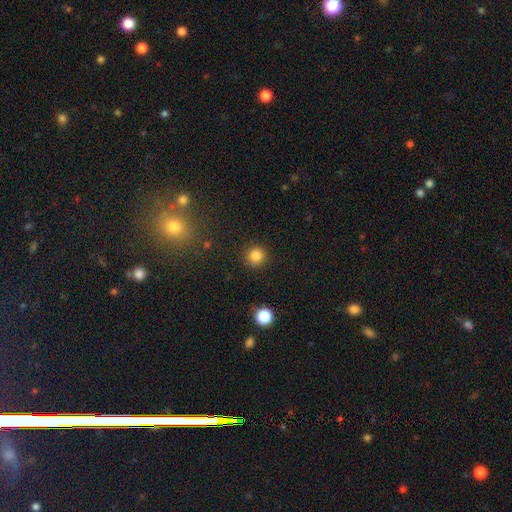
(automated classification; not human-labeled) Overall: smooth (84%). How rounded: round (92%). Merging: none (88%).